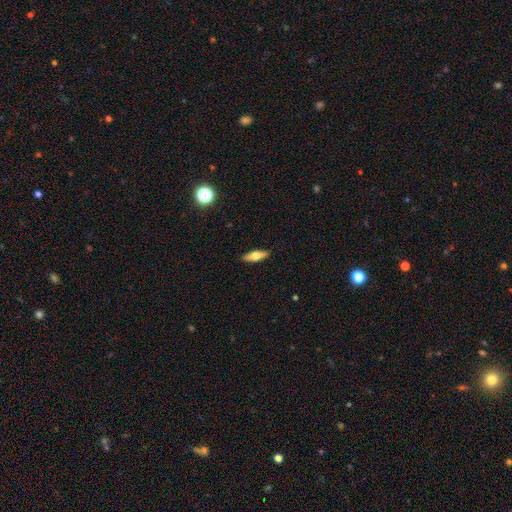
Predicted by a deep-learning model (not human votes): smooth 61%, featured or disk 33%, star or artifact 7%. Down the decision tree: how rounded — in between (59%); merging — none (90%).